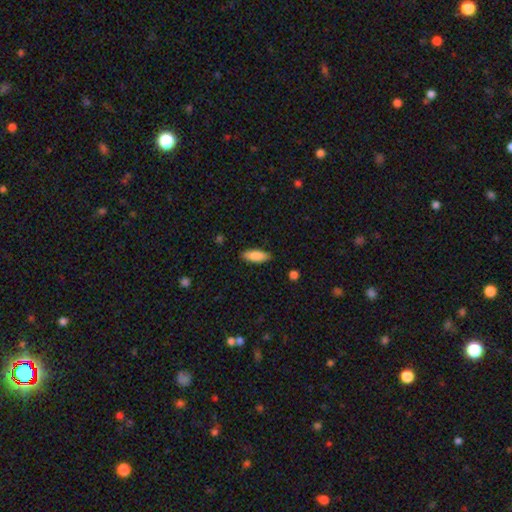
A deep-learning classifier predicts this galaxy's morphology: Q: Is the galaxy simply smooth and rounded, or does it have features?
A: smooth — 87%.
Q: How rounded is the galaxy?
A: in between — 72%.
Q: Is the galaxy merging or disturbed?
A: none — 87%.